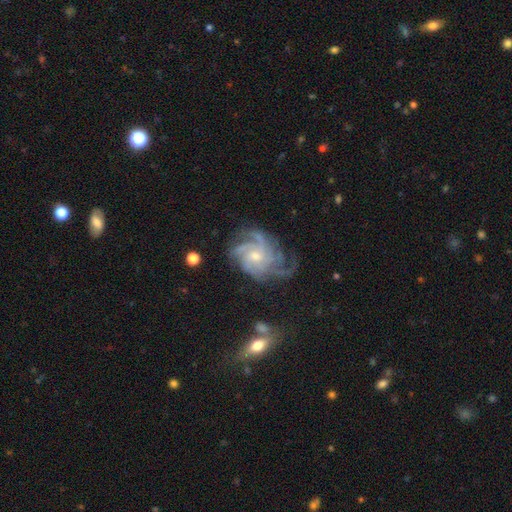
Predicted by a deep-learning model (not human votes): Smooth or featured? featured or disk (88%)
Edge-on disk? no (98%)
Bar? no (71%)
Spiral arms? yes (98%)
Spiral winding? tight (52%)
Spiral arm count? 4 (36%)
Bulge size? small (49%)
Merging? none (64%)